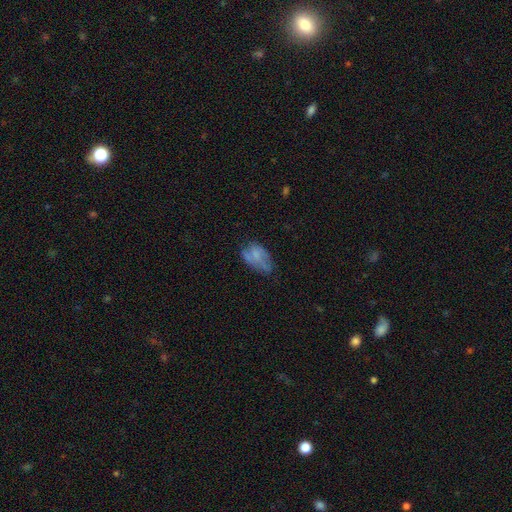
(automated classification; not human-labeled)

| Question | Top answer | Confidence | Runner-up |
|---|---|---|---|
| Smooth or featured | smooth | 54% | featured or disk (34%) |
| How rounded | in between | 90% | round (8%) |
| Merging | none | 44% | minor disturbance (32%) |